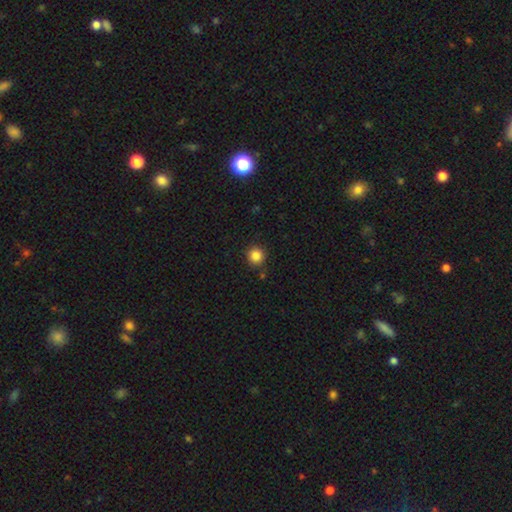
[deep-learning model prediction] smooth-or-featured: smooth: 85% | star or artifact: 11% | featured or disk: 4%
  how-rounded: round: 93% | in between: 6% | cigar-shaped: 1%
  merging: none: 88% | minor disturbance: 7% | merger: 2% | major disturbance: 2%